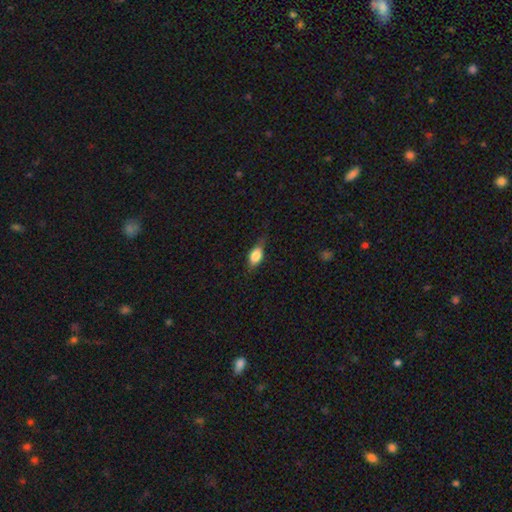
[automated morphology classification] Overall: smooth (73%). How rounded: in between (82%). Merging: none (69%).